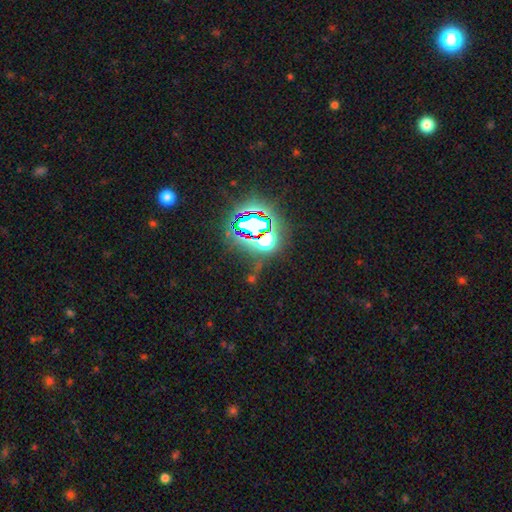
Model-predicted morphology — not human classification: star or artifact 80%, smooth 12%, featured or disk 8%.